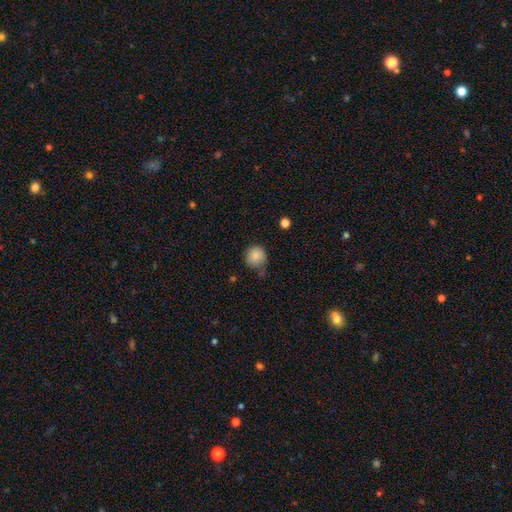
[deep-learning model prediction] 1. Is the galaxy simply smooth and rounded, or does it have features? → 84% smooth, 9% star or artifact, 7% featured or disk.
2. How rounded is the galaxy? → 86% round, 13% in between, 1% cigar-shaped.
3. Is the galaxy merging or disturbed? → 61% none, 27% minor disturbance, 7% major disturbance, 4% merger.